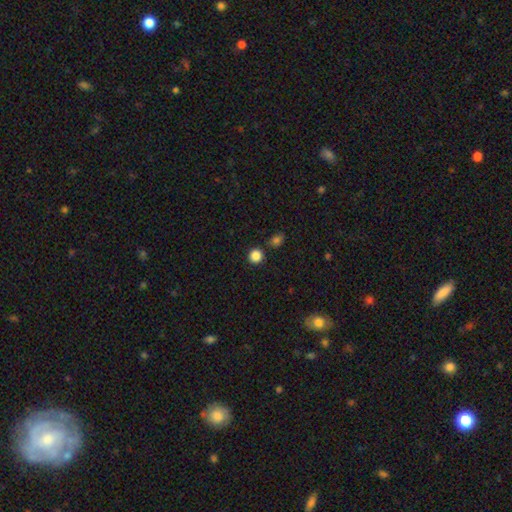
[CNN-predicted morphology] A smooth galaxy with no disk features (86%) that is round (93%). Merging: none (87%).